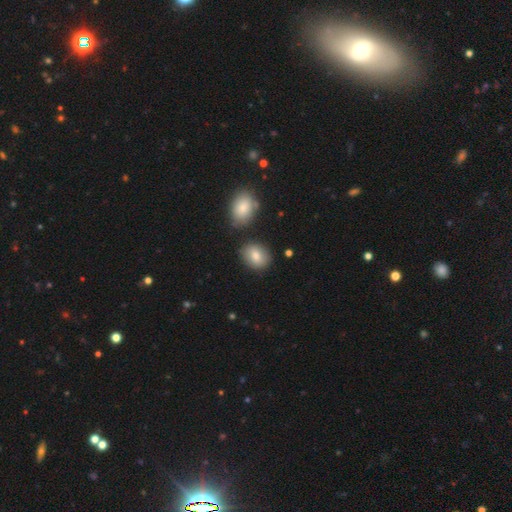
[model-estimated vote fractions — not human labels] This appears to be a smooth galaxy with no disk features (82%) that is in between round and cigar-shaped (57%). Merging: none (80%).